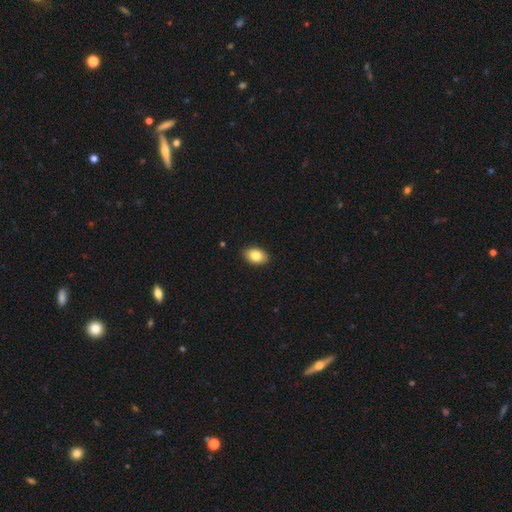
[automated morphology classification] This appears to be a smooth galaxy with no disk features (83%) that is in between round and cigar-shaped (83%). Merging: none (90%).